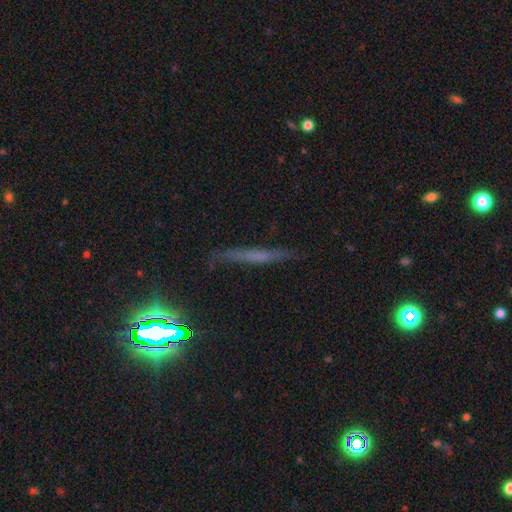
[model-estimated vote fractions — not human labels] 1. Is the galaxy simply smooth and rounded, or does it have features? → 45% featured or disk, 34% smooth, 21% star or artifact.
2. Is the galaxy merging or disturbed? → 78% none, 16% minor disturbance, 4% major disturbance, 2% merger.